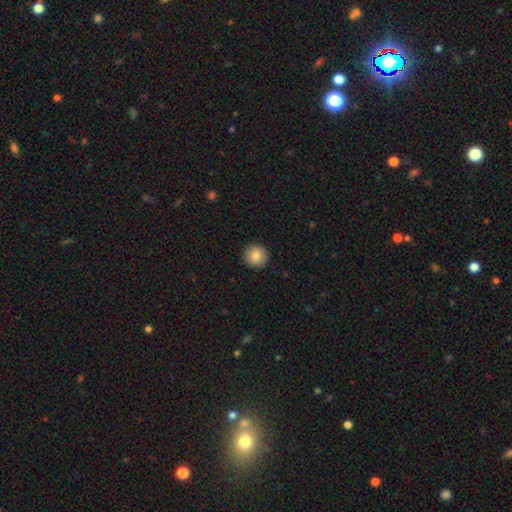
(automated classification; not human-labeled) The model was most divided on "smooth or featured": smooth: 83%, featured or disk: 9%, star or artifact: 8%. More confident: how rounded — round (94%); merging — none (92%).